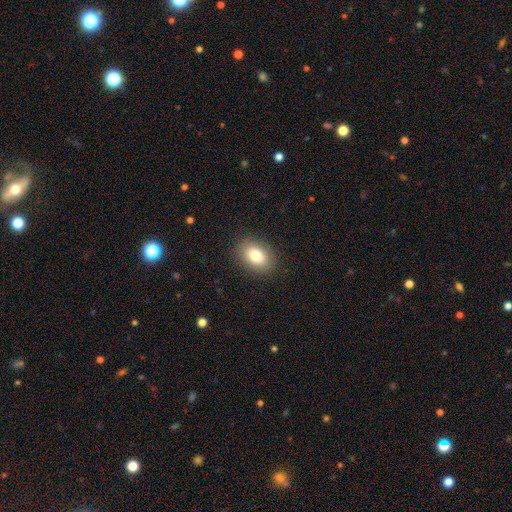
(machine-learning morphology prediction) This is clearly a smooth galaxy (81%). How rounded: likely in between (80%). Merging: clearly none (88%).